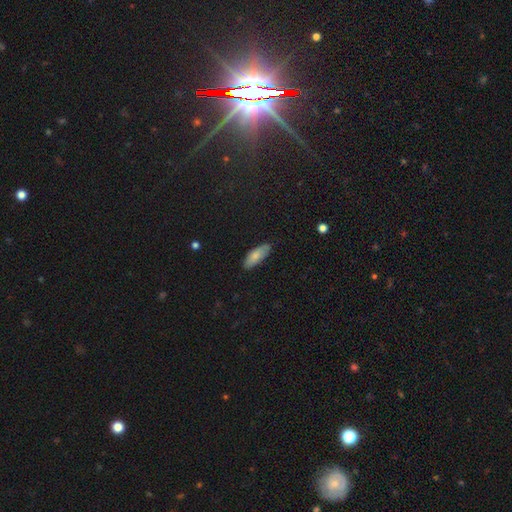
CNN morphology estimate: This appears to be a smooth galaxy with no disk features (80%) that is in between round and cigar-shaped (74%). Merging: none (84%).